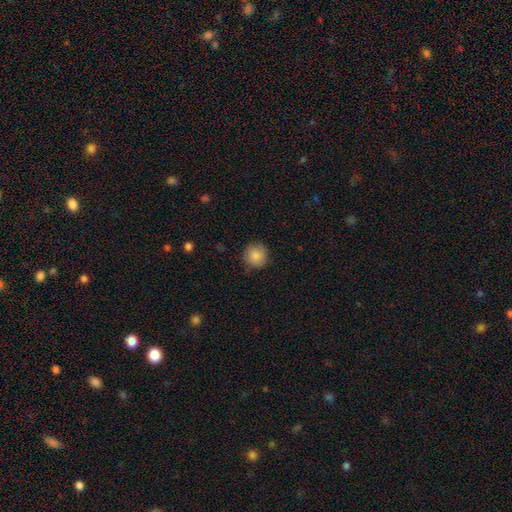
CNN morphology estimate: A smooth galaxy with no disk features (86%) that is round (92%). Merging: none (83%).